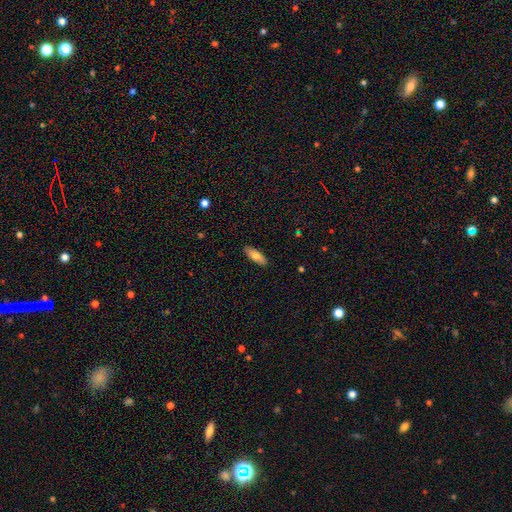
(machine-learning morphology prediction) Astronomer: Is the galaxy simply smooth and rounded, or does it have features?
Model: smooth — 76%.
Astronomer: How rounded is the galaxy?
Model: in between — 68%.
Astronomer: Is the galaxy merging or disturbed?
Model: none — 89%.